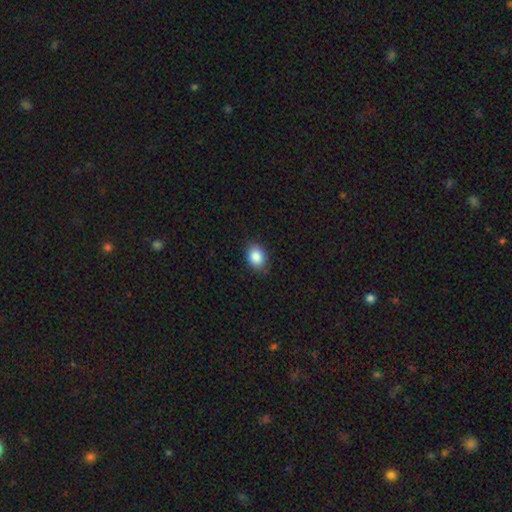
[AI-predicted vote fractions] Q: Smooth or featured?
A: smooth (87%); runner-up: star or artifact (8%)
Q: How rounded?
A: in between (59%); runner-up: round (40%)
Q: Merging?
A: none (85%); runner-up: minor disturbance (11%)